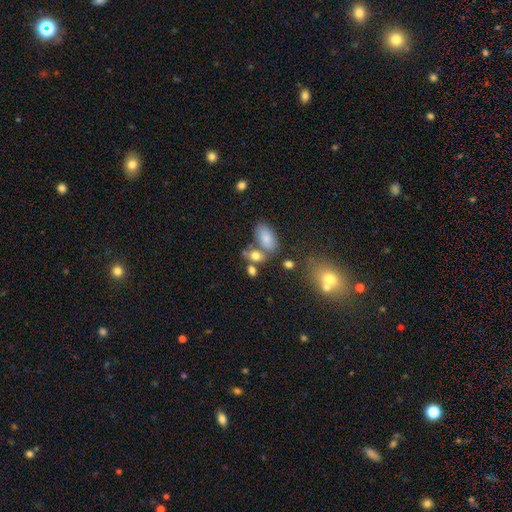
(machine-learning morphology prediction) Q: Smooth or featured?
A: smooth (74%); runner-up: featured or disk (14%)
Q: How rounded?
A: in between (75%); runner-up: round (21%)
Q: Merging?
A: none (49%); runner-up: merger (31%)